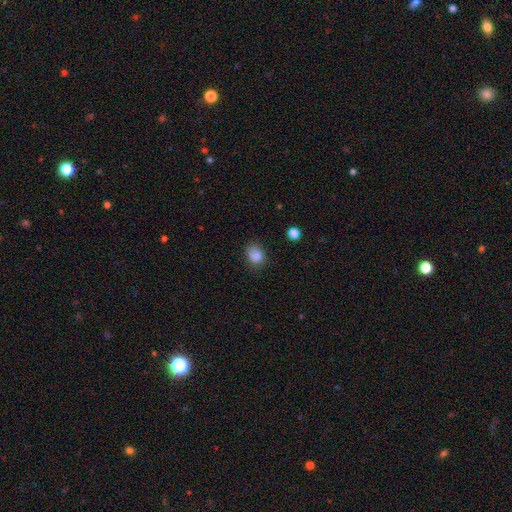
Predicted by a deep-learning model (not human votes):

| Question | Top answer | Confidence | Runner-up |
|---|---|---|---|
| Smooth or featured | smooth | 84% | star or artifact (11%) |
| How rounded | round | 50% | in between (49%) |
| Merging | none | 65% | minor disturbance (26%) |